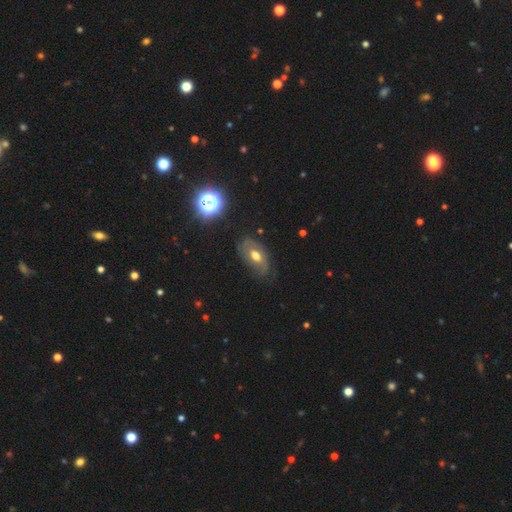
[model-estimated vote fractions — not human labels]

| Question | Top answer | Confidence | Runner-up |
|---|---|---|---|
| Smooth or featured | featured or disk | 52% | smooth (36%) |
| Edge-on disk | no | 89% | yes (11%) |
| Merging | none | 65% | minor disturbance (23%) |